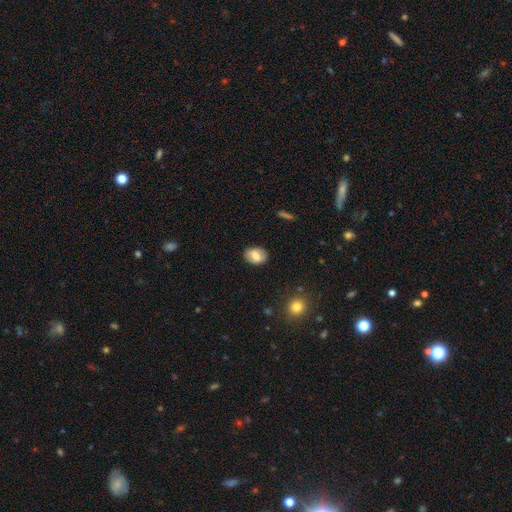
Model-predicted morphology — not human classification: This appears to be a smooth galaxy with no disk features (67%) that is in between round and cigar-shaped (76%). Merging: none (83%).